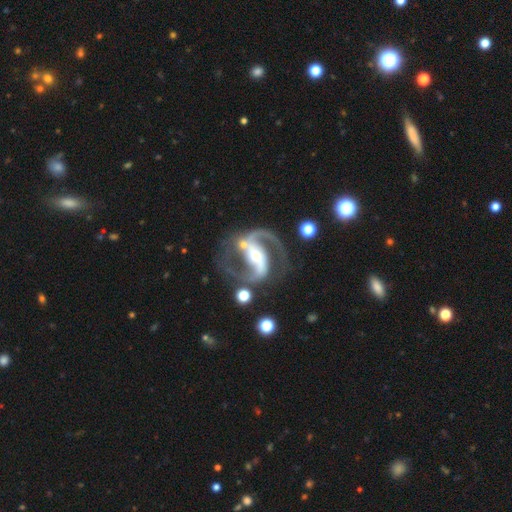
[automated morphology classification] smooth-or-featured: featured or disk: 92% | star or artifact: 5% | smooth: 3%
  disk-edge-on: no: 97% | yes: 3%
    bar: strong: 64% | weak: 23% | no: 13%
    has-spiral-arms: yes: 98% | no: 2%
      spiral-winding: medium: 62% | loose: 24% | tight: 14%
      spiral-arm-count: 2: 94% | 1: 2% | can't tell: 2% | 3: 1% | 4: 1% | more than 4: 1%
    bulge-size: moderate: 51% | small: 40% | large: 6% | none: 2% | dominant: 1%
  merging: none: 71% | minor disturbance: 14% | major disturbance: 9% | merger: 6%